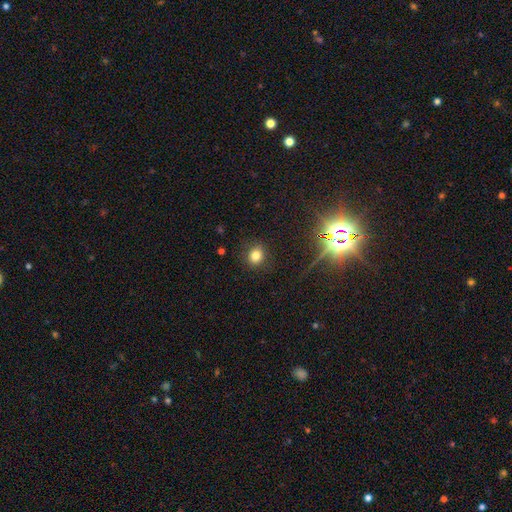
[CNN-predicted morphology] Smooth or featured? Predicted: smooth (p=0.77). How rounded? Predicted: round (p=0.75). Merging? Predicted: none (p=0.87).